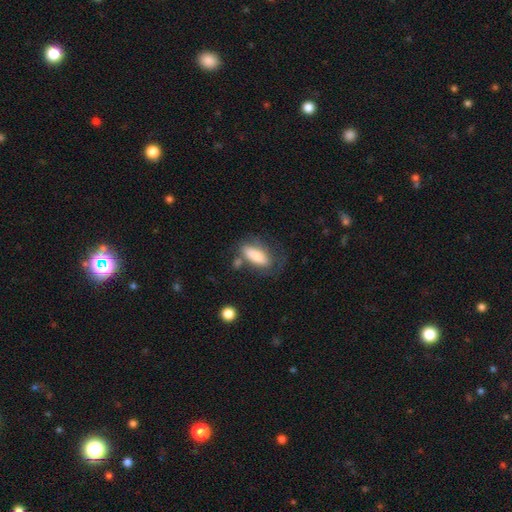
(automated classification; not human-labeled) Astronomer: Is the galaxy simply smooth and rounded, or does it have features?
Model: smooth — 77%.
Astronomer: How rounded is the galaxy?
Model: in between — 76%.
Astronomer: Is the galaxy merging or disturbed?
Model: none — 50%.